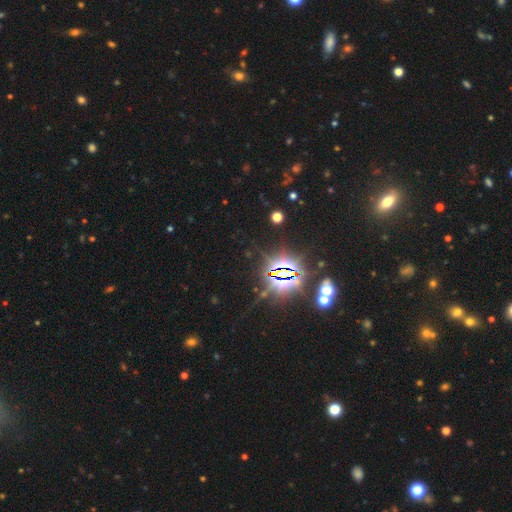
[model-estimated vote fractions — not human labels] A star or artifact, not a galaxy (84%).

Vote fractions:
- Smooth or featured? star or artifact: 84% / smooth: 9% / featured or disk: 7%